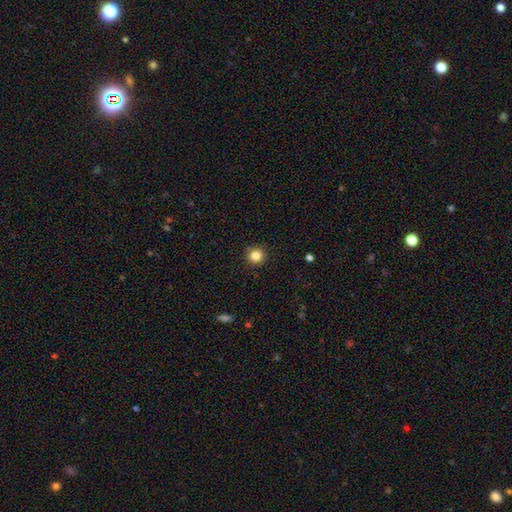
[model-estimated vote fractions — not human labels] smooth 84%, star or artifact 12%, featured or disk 5%. Down the decision tree: how rounded — round (94%); merging — none (92%).